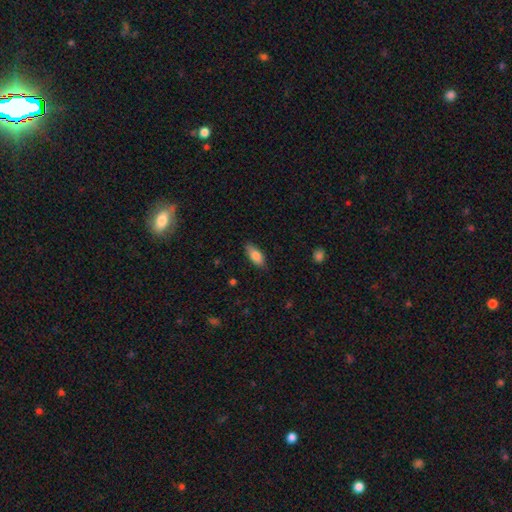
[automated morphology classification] Smooth or featured: smooth — 81% (featured or disk — 12%)
How rounded: in between — 80% (cigar-shaped — 18%)
Merging: none — 84% (minor disturbance — 13%)